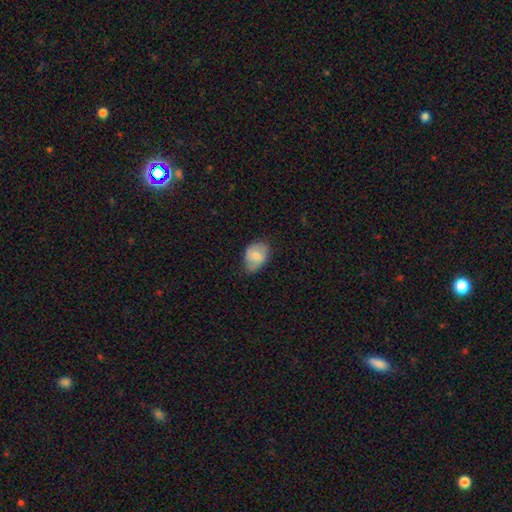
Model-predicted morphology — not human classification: Smooth or featured? Predicted: smooth (p=0.68). How rounded? Predicted: in between (p=0.71). Merging? Predicted: none (p=0.54).